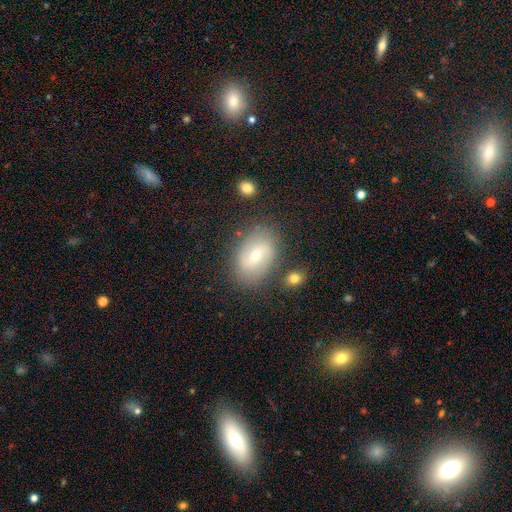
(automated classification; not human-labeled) This appears to be a featured or disk galaxy (55%) with a weak bar (52%), spiral arms (78%) and a small central bulge (53%). Merging: none (79%).